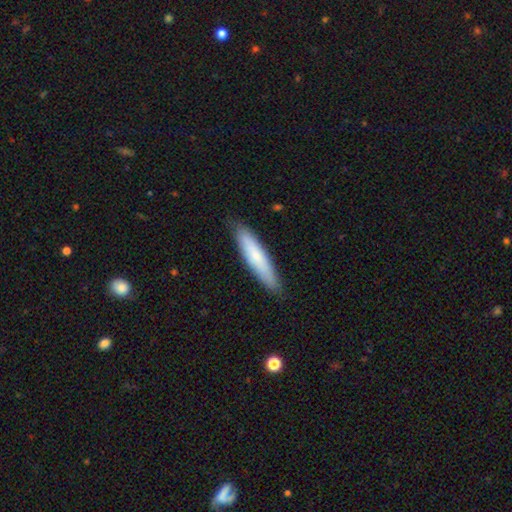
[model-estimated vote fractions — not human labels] Q: Smooth or featured?
A: smooth (71%); runner-up: featured or disk (23%)
Q: How rounded?
A: cigar-shaped (84%); runner-up: in between (15%)
Q: Merging?
A: none (86%); runner-up: minor disturbance (11%)